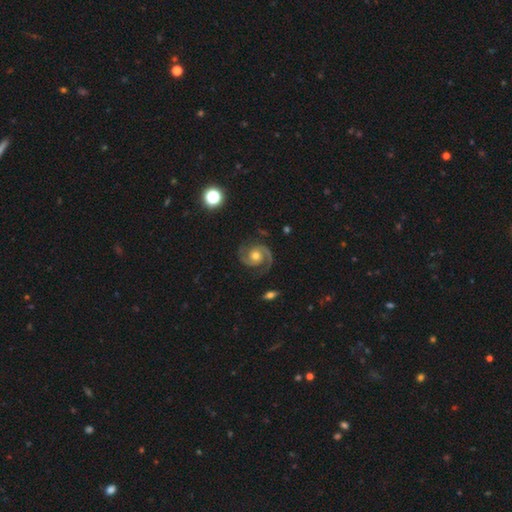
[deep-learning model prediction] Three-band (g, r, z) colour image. It shows a featured or disk galaxy (91%) with no bar (69%), 2 (92%) medium (50%) spiral arms (98%) and a moderate central bulge (71%). Merging: none (82%).